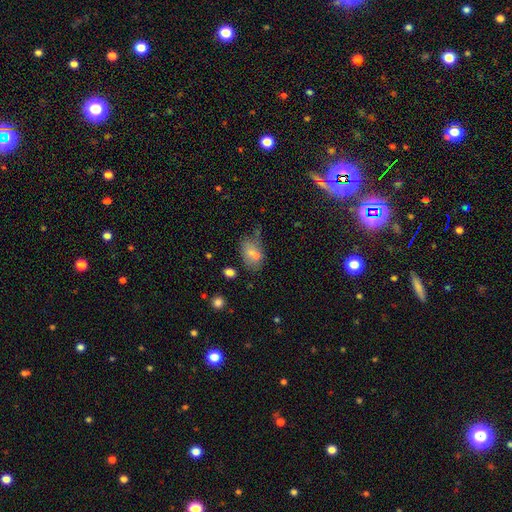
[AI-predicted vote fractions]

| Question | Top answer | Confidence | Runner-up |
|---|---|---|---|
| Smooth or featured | smooth | 47% | star or artifact (29%) |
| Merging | none | 51% | minor disturbance (26%) |